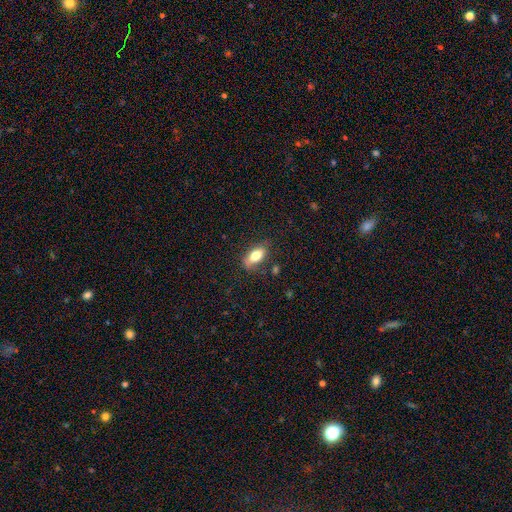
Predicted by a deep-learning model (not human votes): Smooth or featured?
  - smooth: 74% *
  - featured or disk: 19%
  - star or artifact: 7%
How rounded?
  - in between: 85% *
  - cigar-shaped: 11%
  - round: 4%
Merging?
  - none: 74% *
  - minor disturbance: 19%
  - major disturbance: 5%
  - merger: 3%